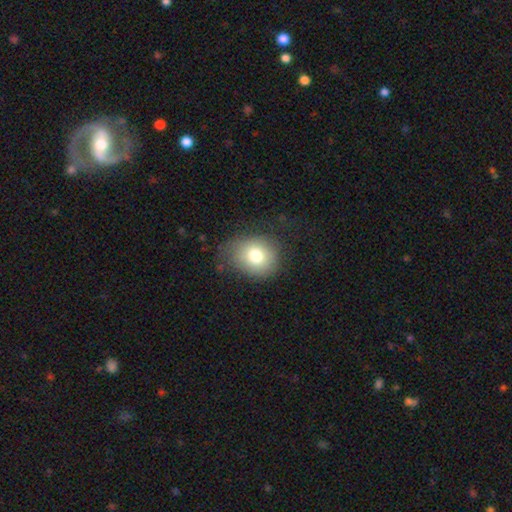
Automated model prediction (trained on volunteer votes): Smooth or featured? Predicted: smooth (p=0.76). How rounded? Predicted: round (p=0.64). Merging? Predicted: none (p=0.66).